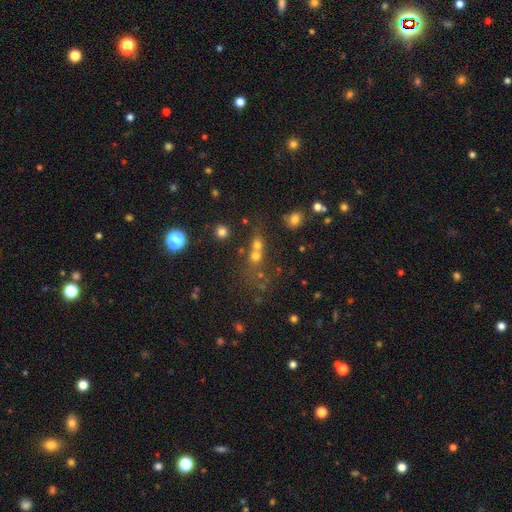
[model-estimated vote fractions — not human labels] The model was most divided on "merging": merger: 50%, none: 37%, minor disturbance: 8%, major disturbance: 6%. More confident: how rounded — round (76%); smooth or featured — smooth (60%).